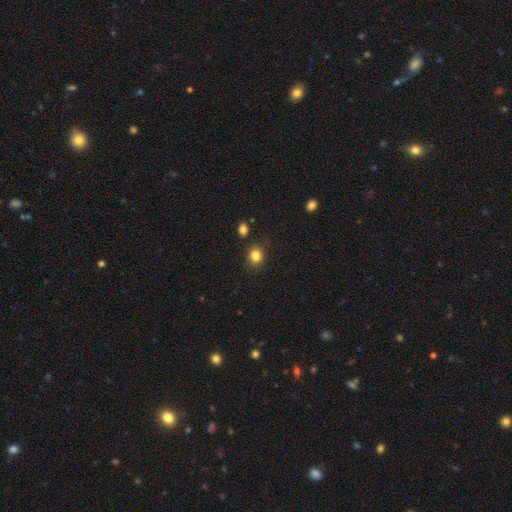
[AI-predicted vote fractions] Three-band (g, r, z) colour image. It shows a smooth galaxy with no disk features (83%) that is round (67%). Merging: none (84%).